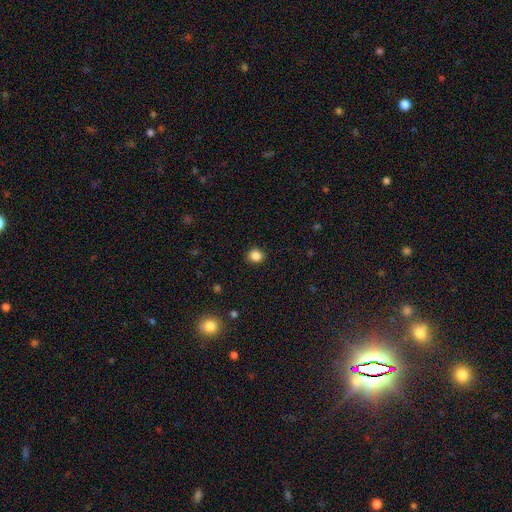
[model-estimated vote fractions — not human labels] smooth_or_featured: smooth (p=0.85) [alt: star or artifact p=0.11]
how_rounded: round (p=0.81) [alt: in between p=0.18]
merging: none (p=0.90) [alt: minor disturbance p=0.06]